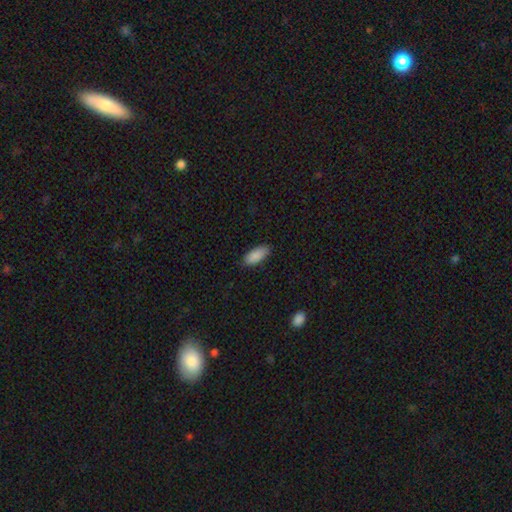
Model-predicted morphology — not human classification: Smooth or featured? Predicted: smooth (p=0.89). How rounded? Predicted: in between (p=0.85). Merging? Predicted: none (p=0.84).